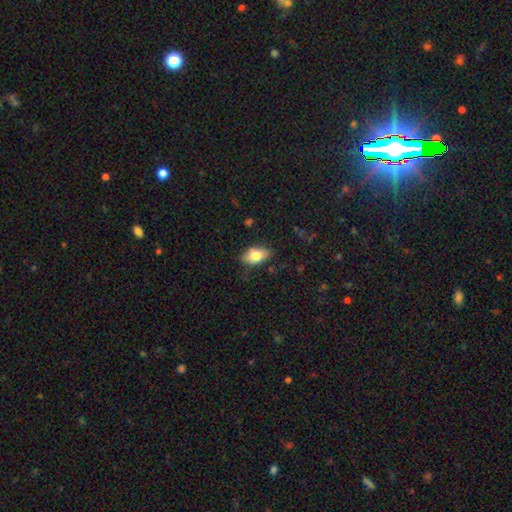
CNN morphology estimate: A smooth galaxy with no disk features (78%) that is in between round and cigar-shaped (89%).

Vote fractions:
- Smooth or featured? smooth: 78% / featured or disk: 14% / star or artifact: 8%
- How rounded? in between: 89% / round: 8% / cigar-shaped: 3%
- Merging? none: 77% / minor disturbance: 18% / major disturbance: 4% / merger: 2%